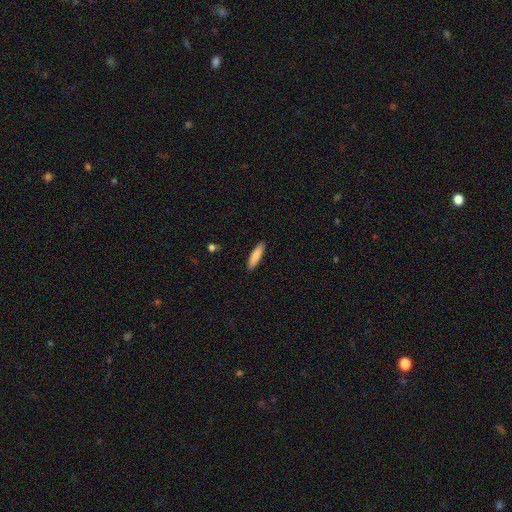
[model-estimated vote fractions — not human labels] This appears to be a smooth galaxy with no disk features (84%) that is cigar-shaped (75%). Merging: none (90%).